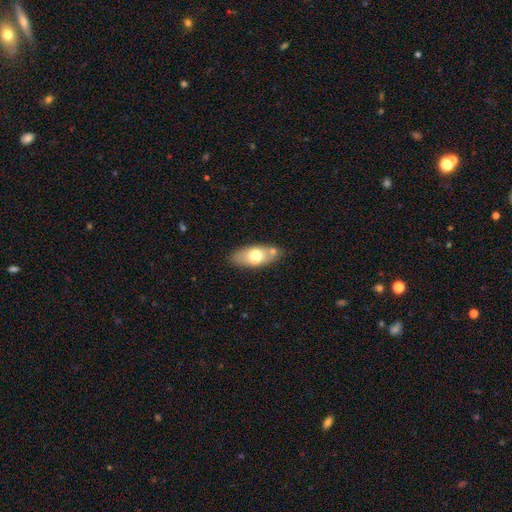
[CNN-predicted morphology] A smooth galaxy with no disk features (63%) that is in between round and cigar-shaped (87%). Merging: none (73%).